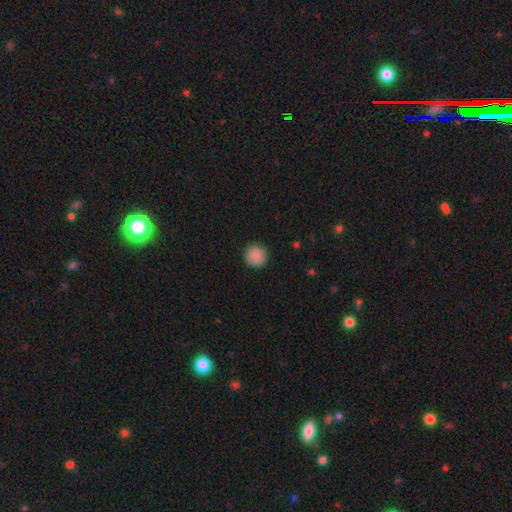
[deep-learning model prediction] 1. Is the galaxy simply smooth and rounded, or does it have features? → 89% smooth, 8% star or artifact, 3% featured or disk.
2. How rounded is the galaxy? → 95% round, 4% in between, 1% cigar-shaped.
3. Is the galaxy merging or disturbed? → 92% none, 5% minor disturbance, 2% major disturbance, 1% merger.